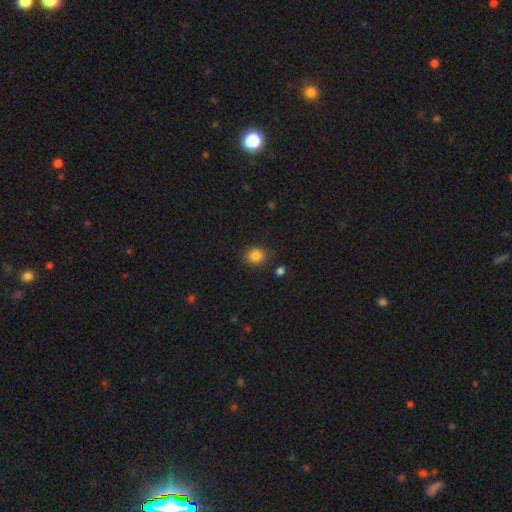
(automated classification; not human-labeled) smooth-or-featured: smooth: 85% | star or artifact: 11% | featured or disk: 4%
  how-rounded: round: 76% | in between: 23% | cigar-shaped: 1%
  merging: none: 84% | minor disturbance: 10% | major disturbance: 3% | merger: 2%